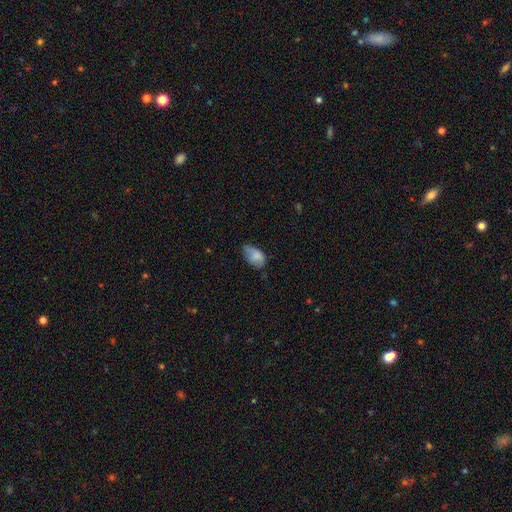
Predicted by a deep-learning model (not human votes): smooth-or-featured: smooth: 77% | featured or disk: 15% | star or artifact: 8%
  how-rounded: in between: 92% | round: 6% | cigar-shaped: 2%
  merging: none: 45% | minor disturbance: 41% | major disturbance: 12% | merger: 2%